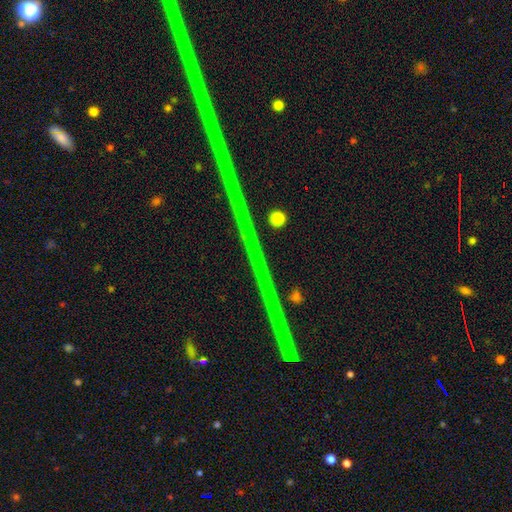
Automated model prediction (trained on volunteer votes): star or artifact 85%, featured or disk 10%, smooth 5%.